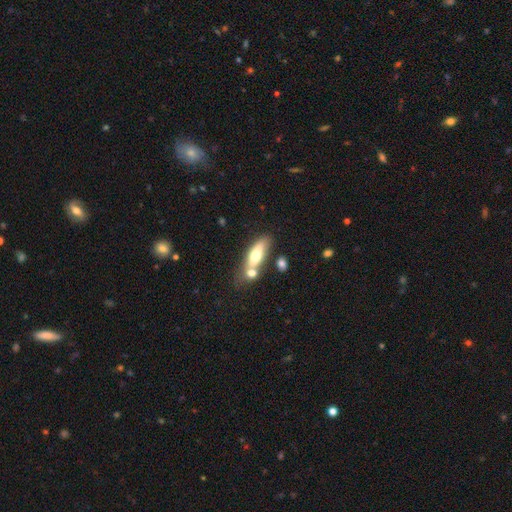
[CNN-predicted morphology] smooth-or-featured: smooth: 64% | featured or disk: 29% | star or artifact: 7%
  how-rounded: in between: 54% | cigar-shaped: 42% | round: 3%
  merging: none: 50% | merger: 31% | minor disturbance: 14% | major disturbance: 5%